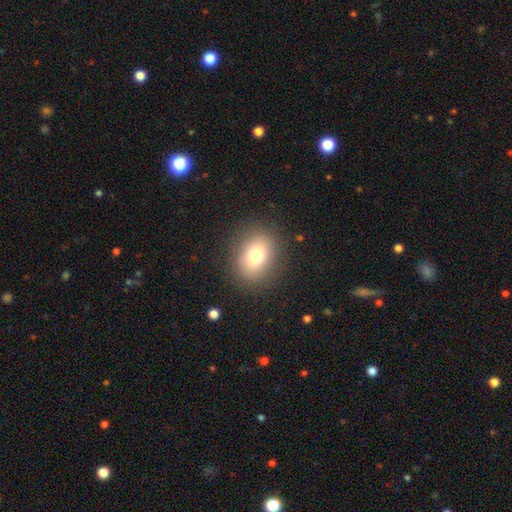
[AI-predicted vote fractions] This is likely a smooth galaxy (75%). How rounded: possibly in between (52%). Merging: clearly none (86%).